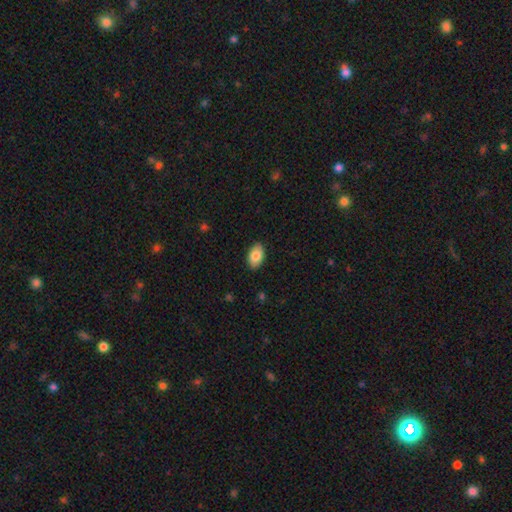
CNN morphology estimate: Smooth or featured? Predicted: smooth (p=0.85). How rounded? Predicted: in between (p=0.93). Merging? Predicted: none (p=0.89).